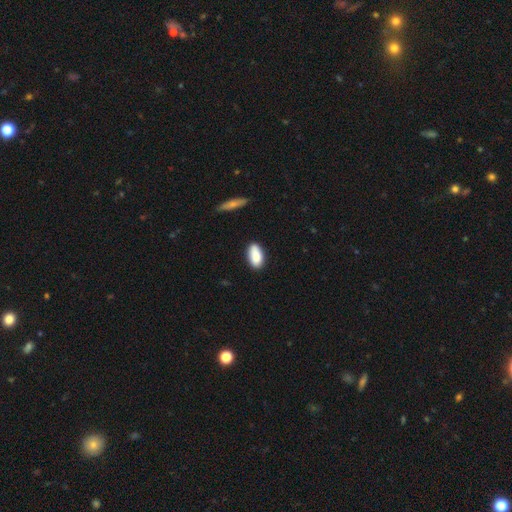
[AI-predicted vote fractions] smooth-or-featured: smooth: 87% | star or artifact: 7% | featured or disk: 6%
  how-rounded: in between: 91% | cigar-shaped: 6% | round: 3%
  merging: none: 81% | minor disturbance: 14% | major disturbance: 2% | merger: 2%